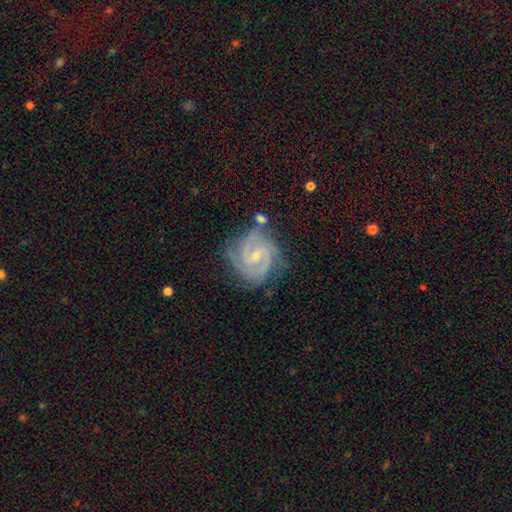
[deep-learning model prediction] Smooth or featured: featured or disk — 90% (star or artifact — 6%)
Edge-on disk: no — 98% (yes — 2%)
Bar: weak — 51% (no — 35%)
Spiral arms: yes — 98% (no — 2%)
Spiral winding: tight — 60% (medium — 35%)
Spiral arm count: 2 — 43% (3 — 34%)
Bulge size: small — 69% (moderate — 27%)
Merging: none — 72% (minor disturbance — 19%)